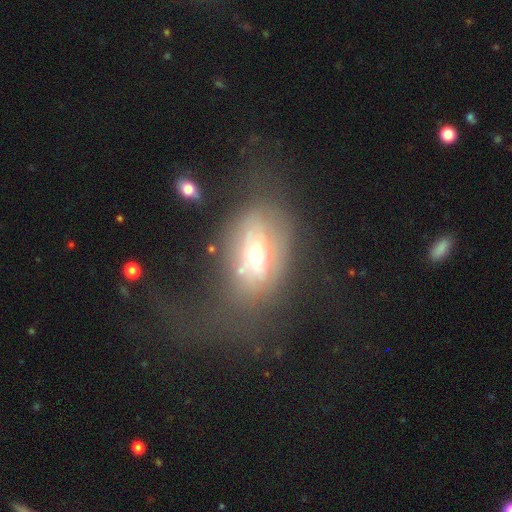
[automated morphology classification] type=featured or disk (50%); merging=major disturbance (41%).